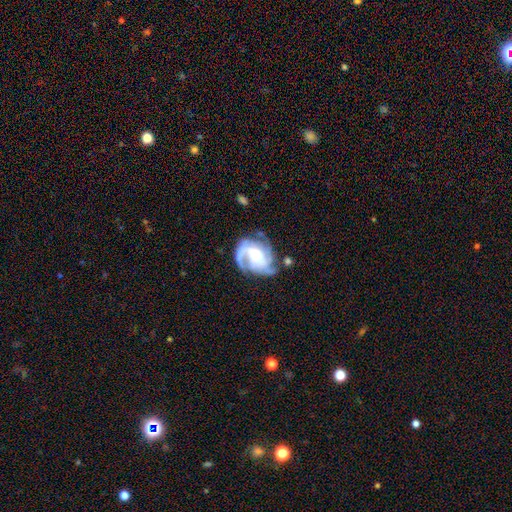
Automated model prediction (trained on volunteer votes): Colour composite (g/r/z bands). It shows a featured or disk galaxy (88%) with no bar (50%), 3 (46%) medium (45%) spiral arms (97%) and a moderate central bulge (50%). Merging: none (62%).